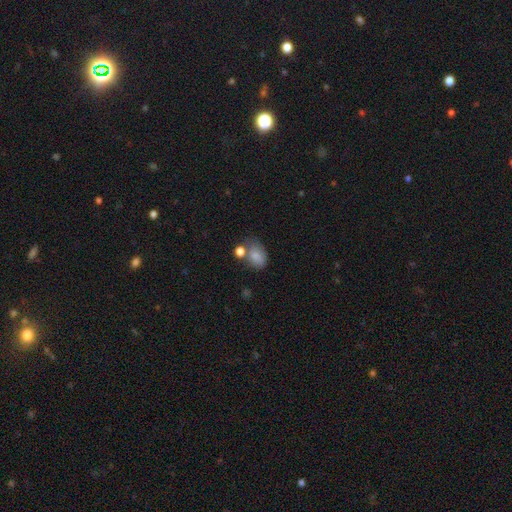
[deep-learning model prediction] Smooth or featured? Predicted: smooth (p=0.81). How rounded? Predicted: in between (p=0.77). Merging? Predicted: none (p=0.45).